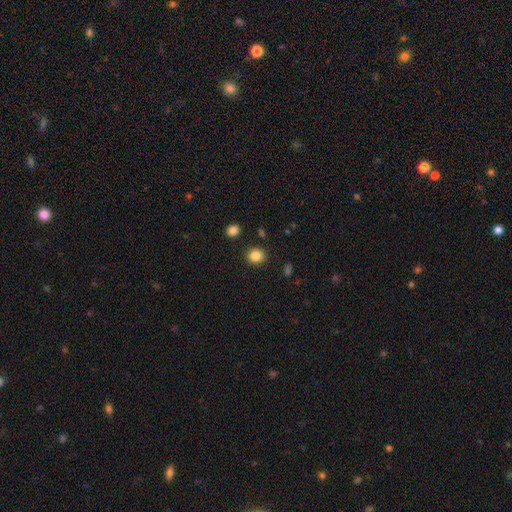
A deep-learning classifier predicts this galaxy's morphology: A smooth galaxy with no disk features (86%) that is round (80%).

Vote fractions:
- Smooth or featured? smooth: 86% / star or artifact: 10% / featured or disk: 4%
- How rounded? round: 80% / in between: 19% / cigar-shaped: 1%
- Merging? none: 89% / minor disturbance: 6% / merger: 2% / major disturbance: 2%